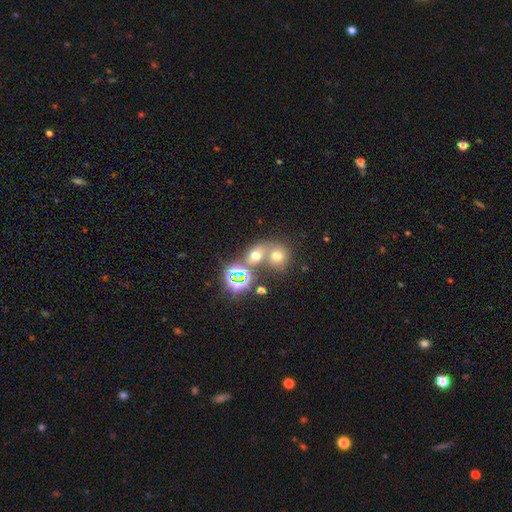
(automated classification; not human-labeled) Smooth or featured: smooth — 58% (star or artifact — 29%)
How rounded: round — 61% (in between — 37%)
Merging: merger — 46% (none — 41%)